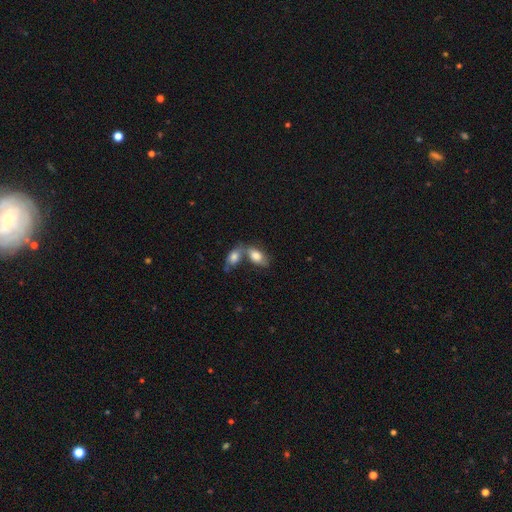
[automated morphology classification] Smooth or featured?
  - smooth: 74% *
  - featured or disk: 18%
  - star or artifact: 8%
How rounded?
  - in between: 90% *
  - round: 7%
  - cigar-shaped: 3%
Merging?
  - merger: 57% *
  - none: 27%
  - minor disturbance: 10%
  - major disturbance: 6%